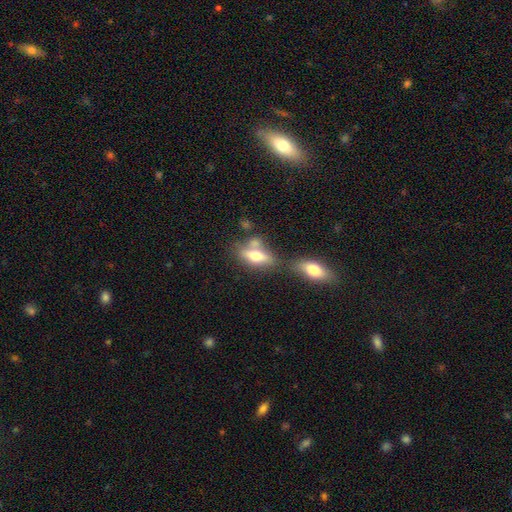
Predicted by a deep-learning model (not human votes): Smooth or featured?
  - smooth: 61% *
  - featured or disk: 30%
  - star or artifact: 9%
How rounded?
  - in between: 73% *
  - cigar-shaped: 21%
  - round: 6%
Merging?
  - none: 45% *
  - merger: 34%
  - minor disturbance: 14%
  - major disturbance: 7%